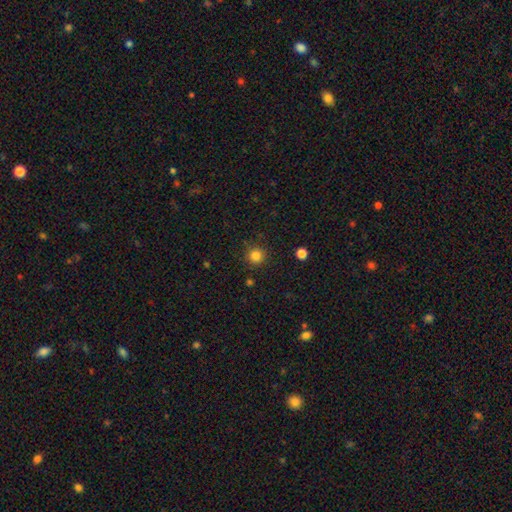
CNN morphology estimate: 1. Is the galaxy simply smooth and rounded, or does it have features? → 83% smooth, 13% star or artifact, 4% featured or disk.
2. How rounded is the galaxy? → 94% round, 5% in between, 1% cigar-shaped.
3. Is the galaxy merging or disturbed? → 88% none, 7% minor disturbance, 2% major disturbance, 2% merger.